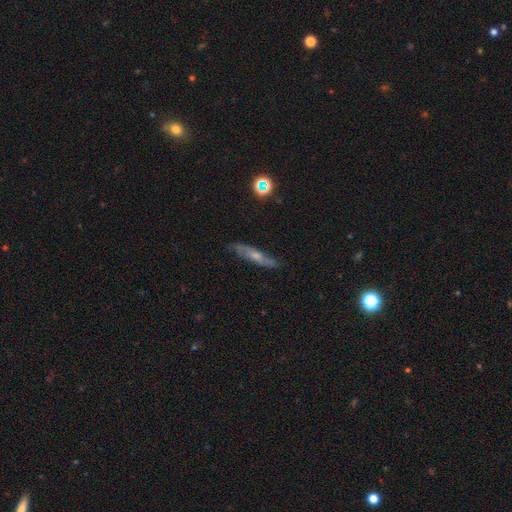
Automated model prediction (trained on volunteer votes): A featured or disk galaxy (54%) viewed edge-on (64%). Merging: none (79%).